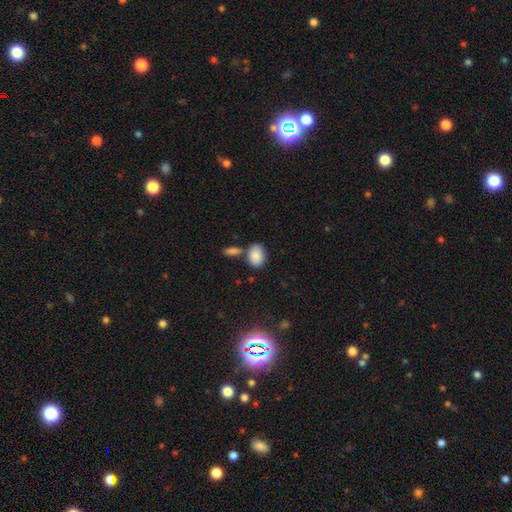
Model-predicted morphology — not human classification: This appears to be a smooth galaxy with no disk features (85%) that is in between round and cigar-shaped (77%). Merging: none (61%).